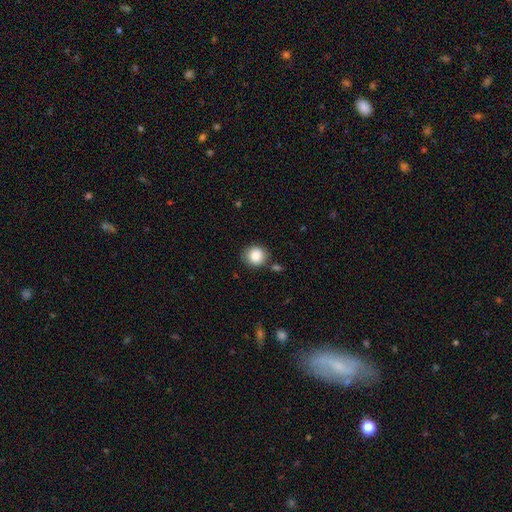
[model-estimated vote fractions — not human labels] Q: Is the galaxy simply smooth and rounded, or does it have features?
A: smooth — 87%.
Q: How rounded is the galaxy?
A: round — 84%.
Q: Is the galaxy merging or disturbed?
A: none — 77%.